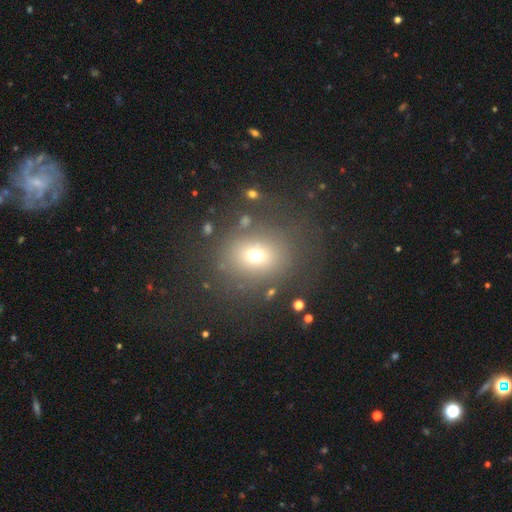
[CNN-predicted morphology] Smooth or featured? Predicted: smooth (p=0.67). How rounded? Predicted: round (p=0.69). Merging? Predicted: none (p=0.75).